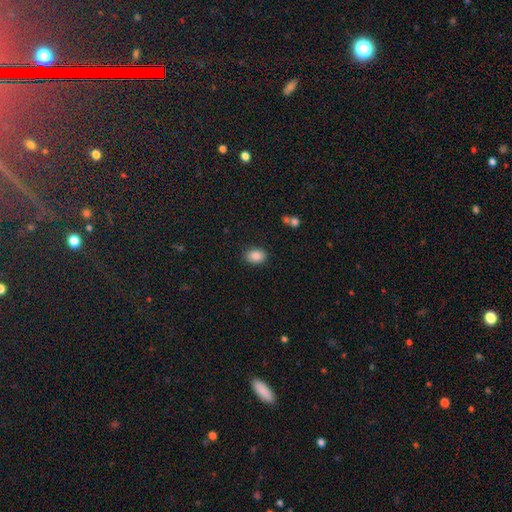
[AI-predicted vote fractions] Smooth or featured? Predicted: smooth (p=0.87). How rounded? Predicted: in between (p=0.76). Merging? Predicted: none (p=0.86).